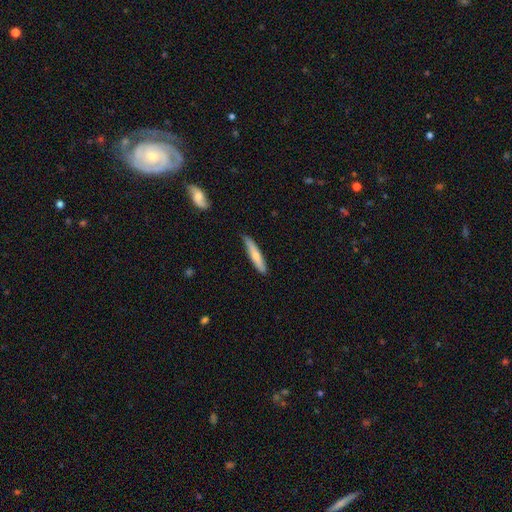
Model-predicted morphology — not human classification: Overall: smooth (68%). How rounded: cigar-shaped (87%). Merging: none (79%).